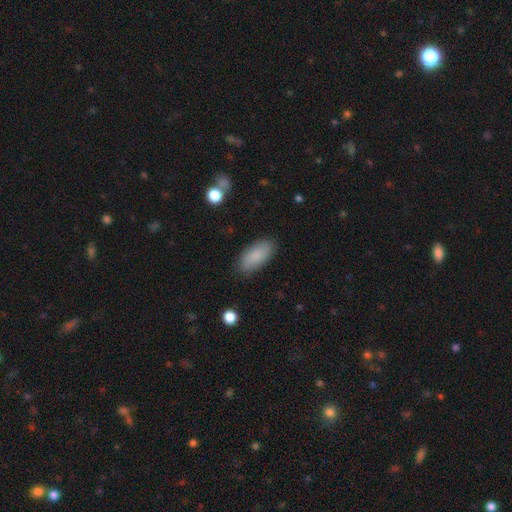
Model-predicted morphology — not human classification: Overall: smooth (86%). How rounded: in between (87%). Merging: none (86%).